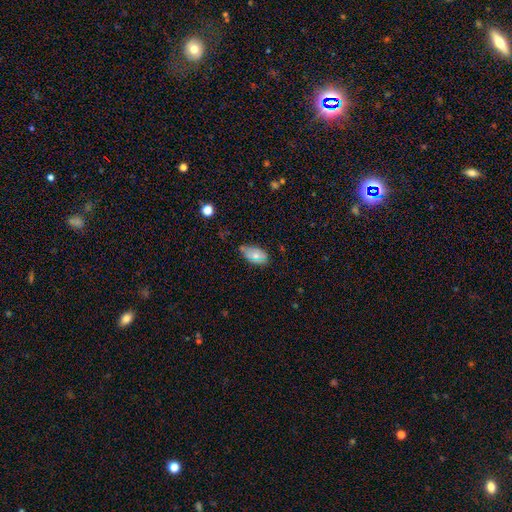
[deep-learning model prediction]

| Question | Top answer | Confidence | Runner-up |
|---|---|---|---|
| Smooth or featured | smooth | 64% | featured or disk (25%) |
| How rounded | in between | 91% | round (5%) |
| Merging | none | 52% | minor disturbance (36%) |